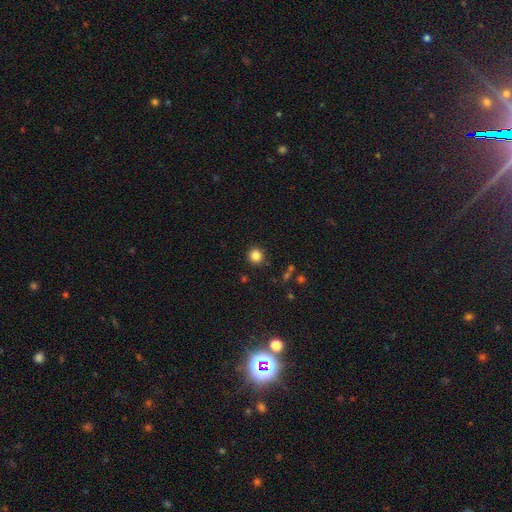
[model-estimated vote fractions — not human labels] This is clearly a smooth galaxy (84%). How rounded: clearly round (94%). Merging: clearly none (90%).